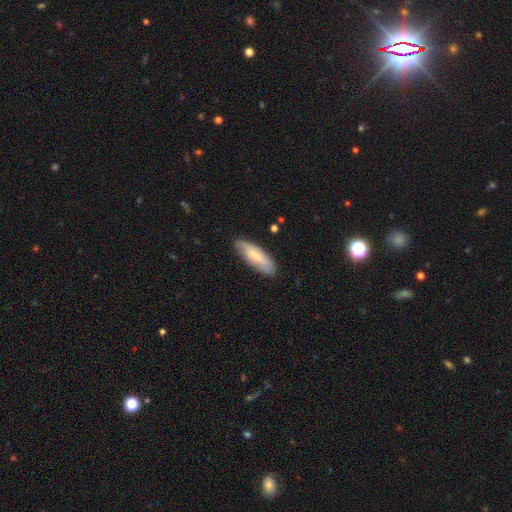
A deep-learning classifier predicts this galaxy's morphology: This appears to be a smooth galaxy with no disk features (76%) that is in between round and cigar-shaped (52%). Merging: none (82%).